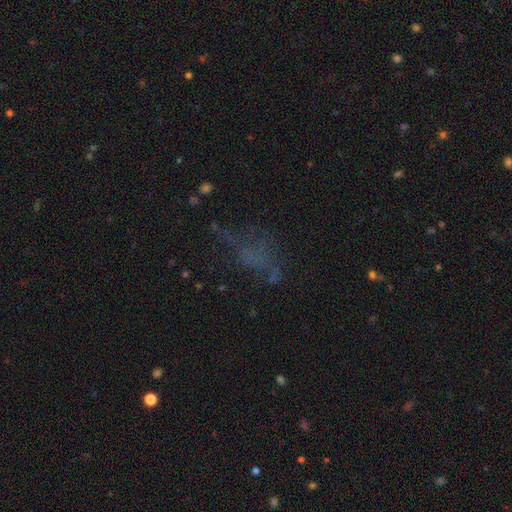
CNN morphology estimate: A star or artifact, not a galaxy (36%).

Vote fractions:
- Smooth or featured? star or artifact: 36% / smooth: 33% / featured or disk: 30%